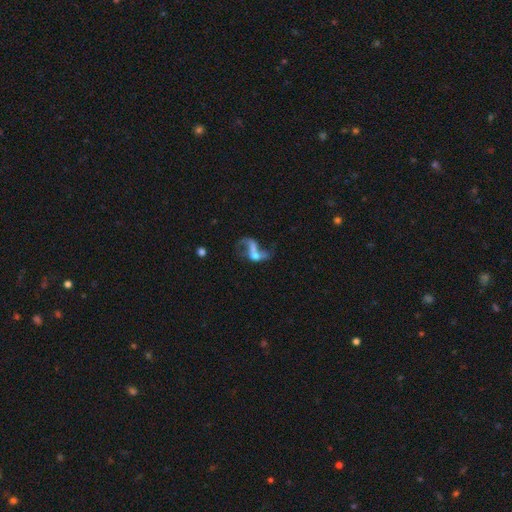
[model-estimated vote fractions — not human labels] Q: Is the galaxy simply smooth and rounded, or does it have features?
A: featured or disk — 63%.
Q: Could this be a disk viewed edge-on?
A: no — 95%.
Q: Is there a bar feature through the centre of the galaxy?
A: no — 59%.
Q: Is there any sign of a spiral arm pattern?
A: yes — 60%.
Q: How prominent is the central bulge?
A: none — 35%.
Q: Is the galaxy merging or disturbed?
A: merger — 34%.